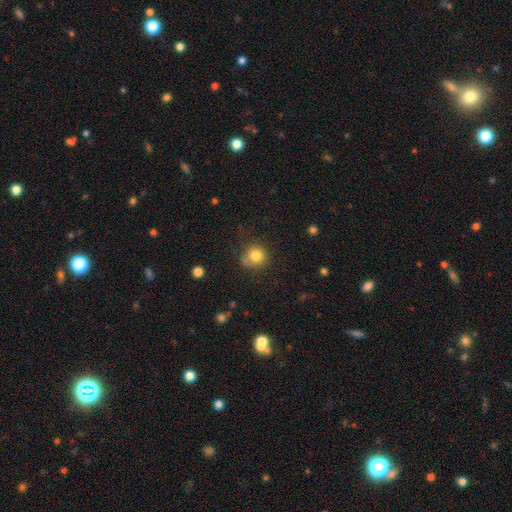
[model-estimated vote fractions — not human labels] smooth-or-featured: smooth: 80% | star or artifact: 12% | featured or disk: 8%
  how-rounded: round: 88% | in between: 11% | cigar-shaped: 1%
  merging: none: 67% | minor disturbance: 21% | major disturbance: 7% | merger: 5%